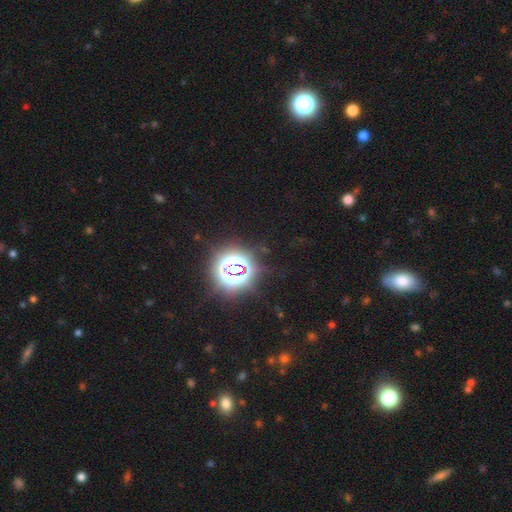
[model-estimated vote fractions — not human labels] Smooth or featured? Predicted: star or artifact (p=0.79).